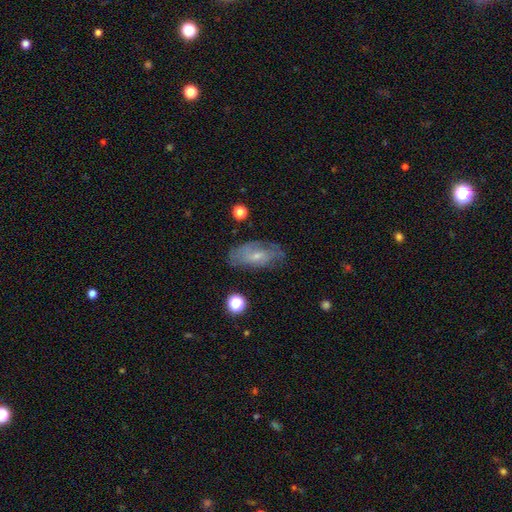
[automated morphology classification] Smooth or featured? featured or disk (57%)
Edge-on disk? no (91%)
Bar? no (61%)
Spiral arms? yes (74%)
Bulge size? small (67%)
Merging? none (68%)